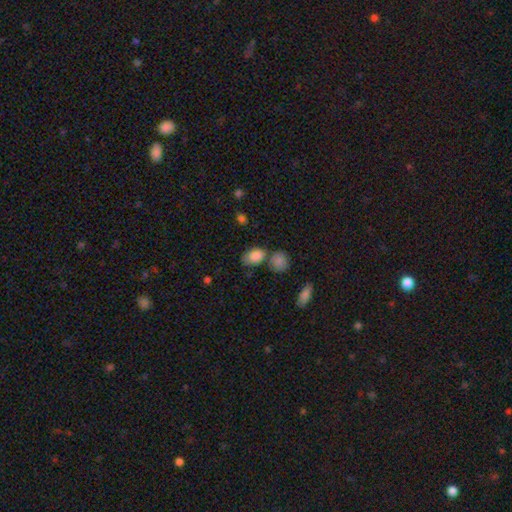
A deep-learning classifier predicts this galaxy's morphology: type=smooth (85%); roundness=in between (84%); merging=none (56%).